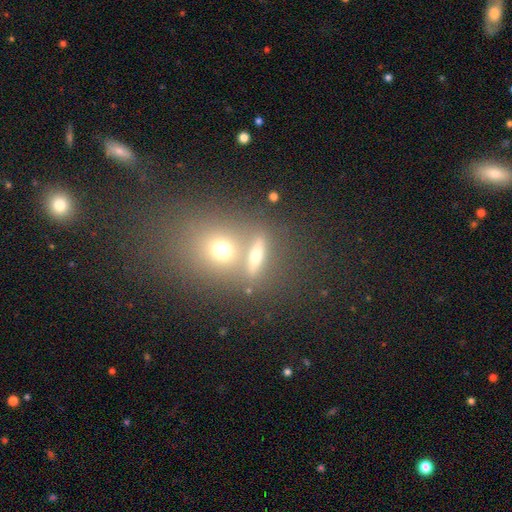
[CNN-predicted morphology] The model was most divided on "how rounded": round: 45%, in between: 31%, cigar-shaped: 24%. More confident: merging — none (61%); smooth or featured — smooth (57%).